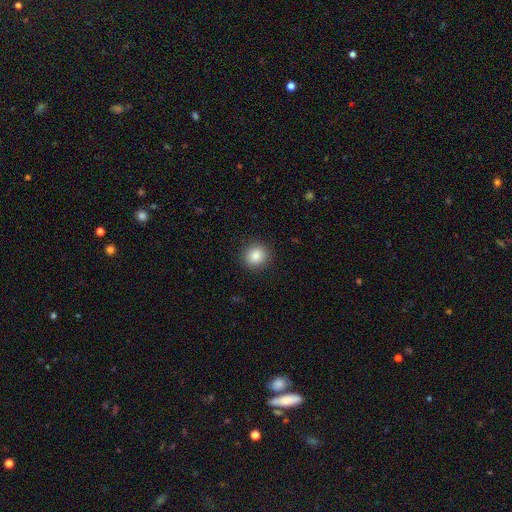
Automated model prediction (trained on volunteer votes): The model was most divided on "how rounded": round: 88%, in between: 11%, cigar-shaped: 1%. More confident: merging — none (91%); smooth or featured — smooth (86%).